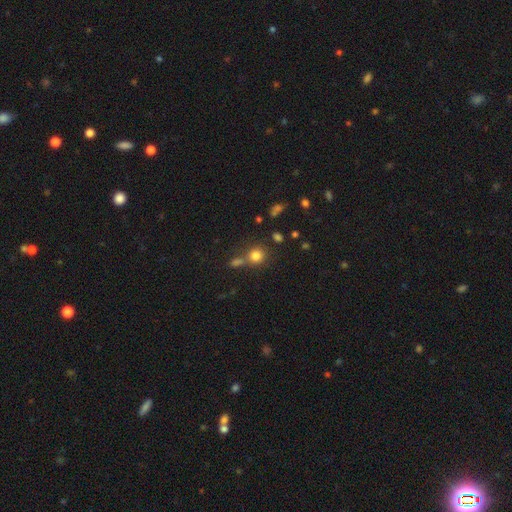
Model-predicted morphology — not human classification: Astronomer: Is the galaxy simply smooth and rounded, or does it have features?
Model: smooth — 79%.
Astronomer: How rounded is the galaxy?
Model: round — 86%.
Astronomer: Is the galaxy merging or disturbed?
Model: none — 62%.